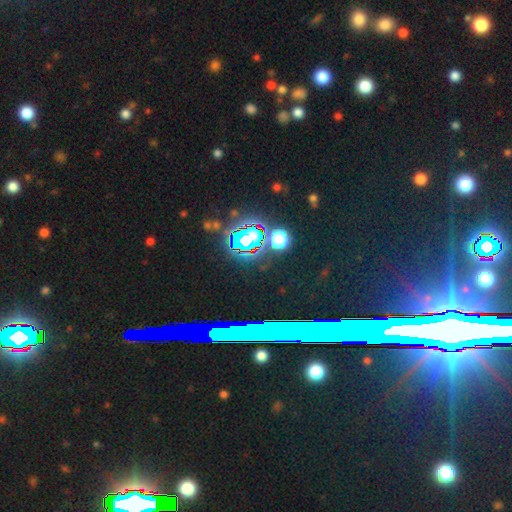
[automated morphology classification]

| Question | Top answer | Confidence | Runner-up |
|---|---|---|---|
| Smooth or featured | star or artifact | 80% | featured or disk (11%) |